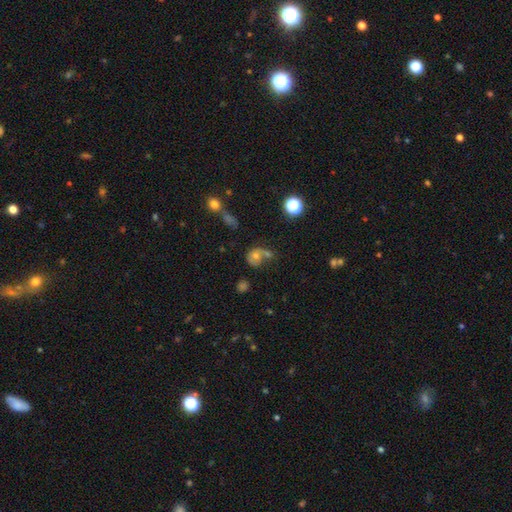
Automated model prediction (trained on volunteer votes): Smooth or featured?
  - smooth: 57% *
  - featured or disk: 27%
  - star or artifact: 16%
How rounded?
  - round: 63% *
  - in between: 36%
  - cigar-shaped: 2%
Merging?
  - merger: 35% *
  - none: 34%
  - major disturbance: 15%
  - minor disturbance: 15%